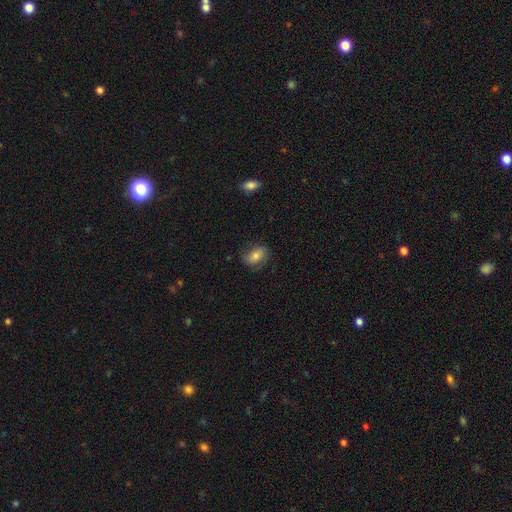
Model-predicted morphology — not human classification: Smooth or featured: smooth — 71% (featured or disk — 20%)
How rounded: in between — 80% (round — 18%)
Merging: none — 71% (minor disturbance — 21%)